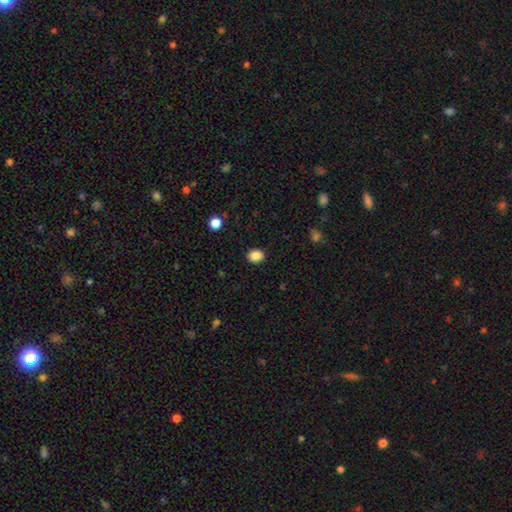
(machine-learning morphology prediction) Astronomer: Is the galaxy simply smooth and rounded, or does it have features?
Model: smooth — 87%.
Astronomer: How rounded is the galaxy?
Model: round — 56% (runner-up: in between, 43%).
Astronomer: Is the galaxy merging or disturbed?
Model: none — 90%.